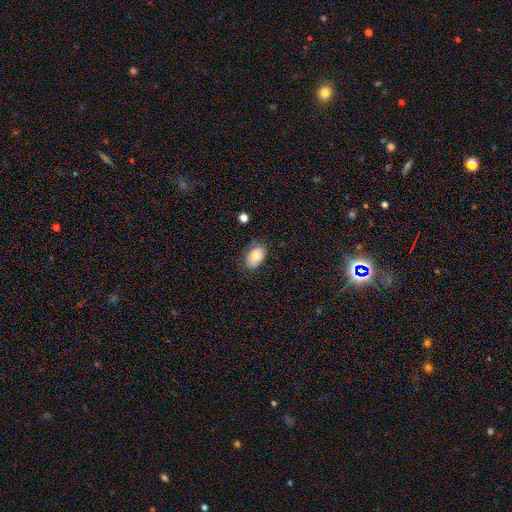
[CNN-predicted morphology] Smooth or featured? Predicted: smooth (p=0.77). How rounded? Predicted: in between (p=0.89). Merging? Predicted: none (p=0.69).